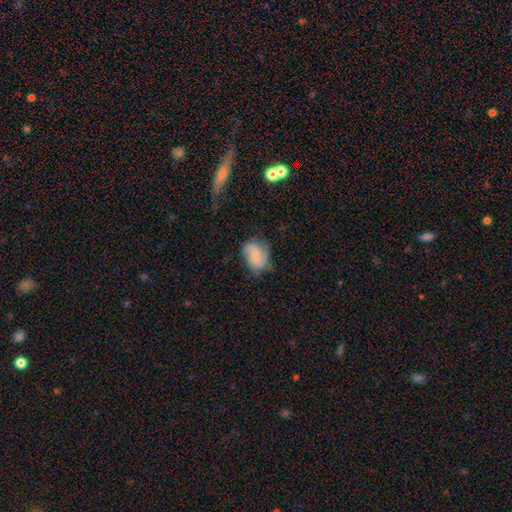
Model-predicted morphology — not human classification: type=featured or disk (47%); merging=none (59%).